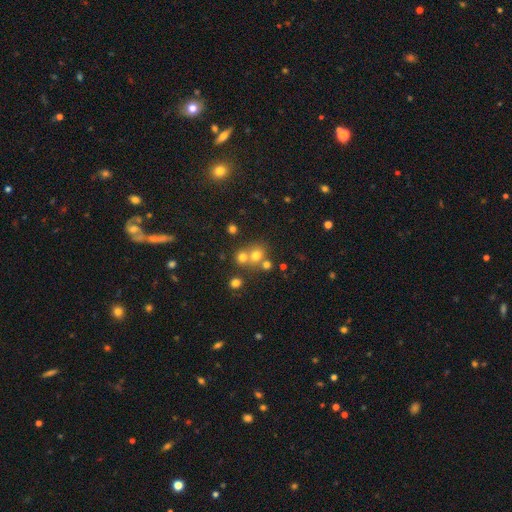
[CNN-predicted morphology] smooth-or-featured: smooth: 67% | star or artifact: 19% | featured or disk: 14%
  how-rounded: round: 79% | in between: 20% | cigar-shaped: 1%
  merging: none: 48% | merger: 41% | minor disturbance: 8% | major disturbance: 4%